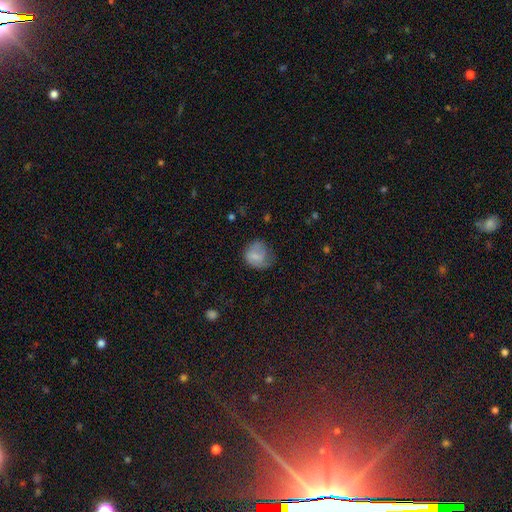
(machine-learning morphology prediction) This appears to be a smooth galaxy with no disk features (71%) that is round (75%). Merging: none (48%).